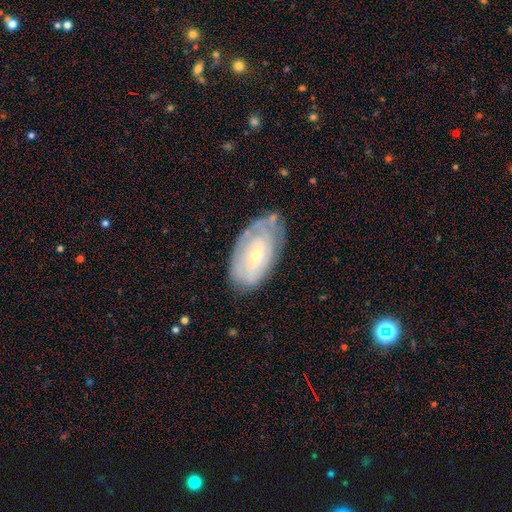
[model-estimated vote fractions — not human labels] Morphology: type=featured or disk (65%); edge-on=no (93%); bar=no (52%); spiral arms=yes (68%); bulge=small (72%); merging=none (63%).